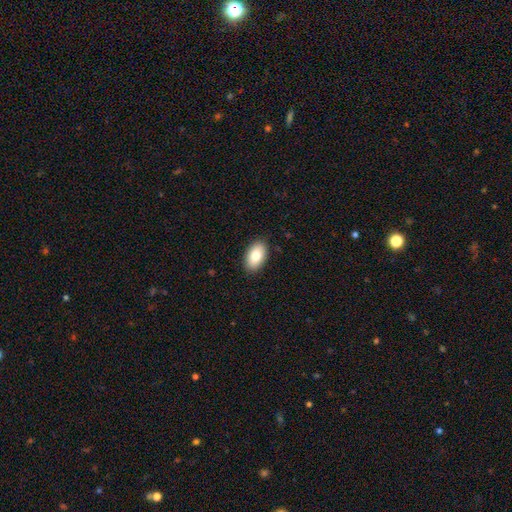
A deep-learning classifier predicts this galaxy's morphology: smooth 81%, featured or disk 12%, star or artifact 7%. Down the decision tree: how rounded — in between (94%); merging — none (88%).